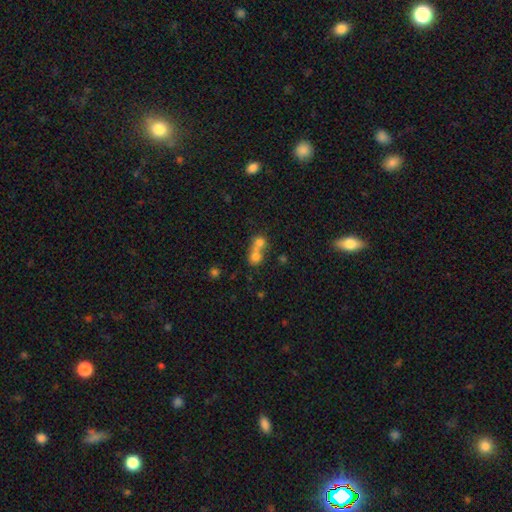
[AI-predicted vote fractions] Overall: smooth (71%). How rounded: round (75%). Merging: merger (68%).